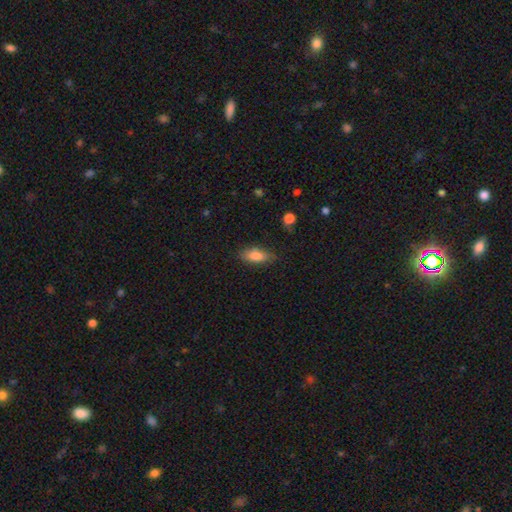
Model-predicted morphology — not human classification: A smooth galaxy with no disk features (82%) that is in between round and cigar-shaped (78%). Merging: none (78%).